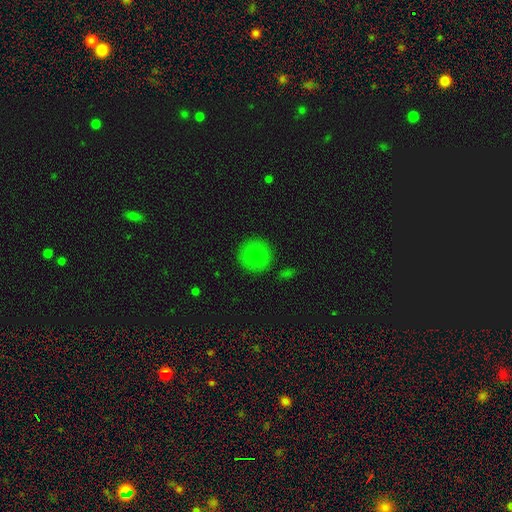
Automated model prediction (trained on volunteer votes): smooth_or_featured: smooth (p=0.73) [alt: featured or disk p=0.18]
how_rounded: round (p=0.92) [alt: in between p=0.07]
merging: none (p=0.88) [alt: minor disturbance p=0.08]